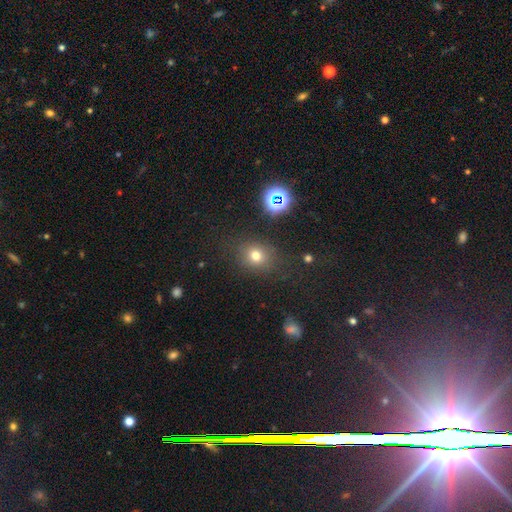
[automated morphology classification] This appears to be a smooth galaxy with no disk features (71%) that is round (72%). Merging: none (80%).